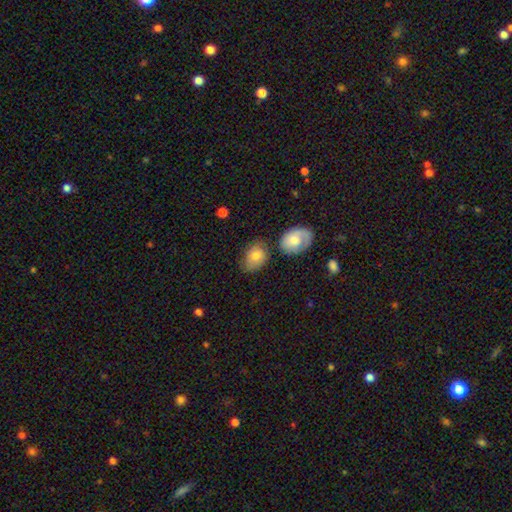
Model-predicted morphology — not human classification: A smooth galaxy with no disk features (75%) that is in between round and cigar-shaped (70%). Merging: none (52%).